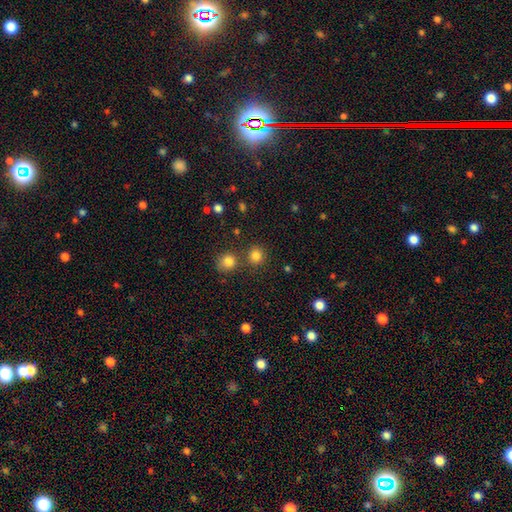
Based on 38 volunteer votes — Volunteers were most divided on "merging": none: 77%, merger: 14%, minor disturbance: 6%, major disturbance: 3%. More confident: how rounded — round (91%); smooth or featured — smooth (87%).